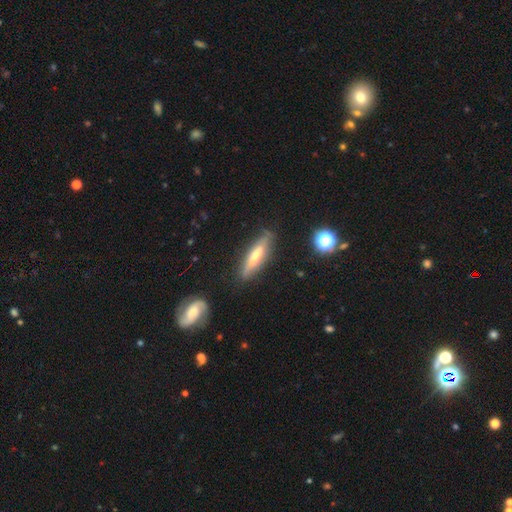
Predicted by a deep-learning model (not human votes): Overall: featured or disk (49%; smooth 43%). Merging: none (80%).